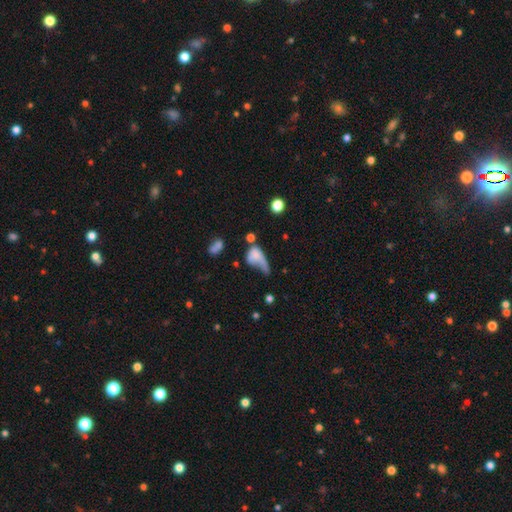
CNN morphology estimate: Smooth or featured? smooth (62%)
How rounded? in between (71%)
Merging? major disturbance (48%)